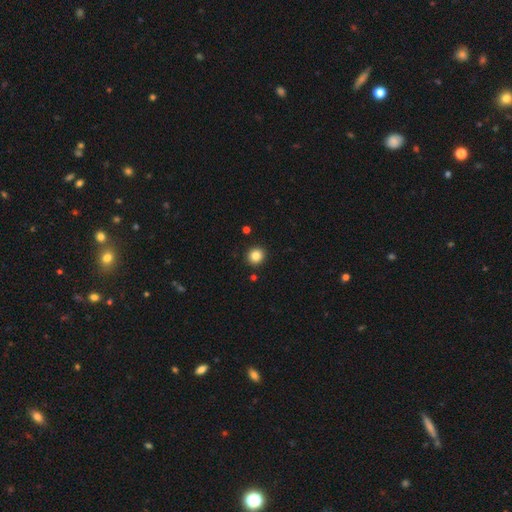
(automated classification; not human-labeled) Overall: smooth (85%). How rounded: round (90%). Merging: none (92%).